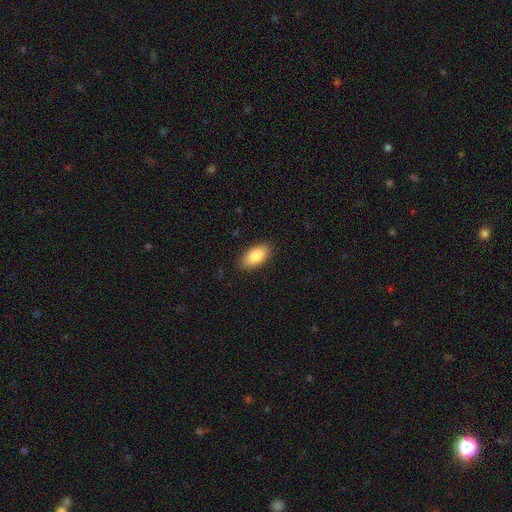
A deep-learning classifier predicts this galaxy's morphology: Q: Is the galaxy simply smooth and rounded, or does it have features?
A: smooth — 86%.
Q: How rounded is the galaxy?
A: in between — 92%.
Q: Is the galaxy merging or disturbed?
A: none — 87%.